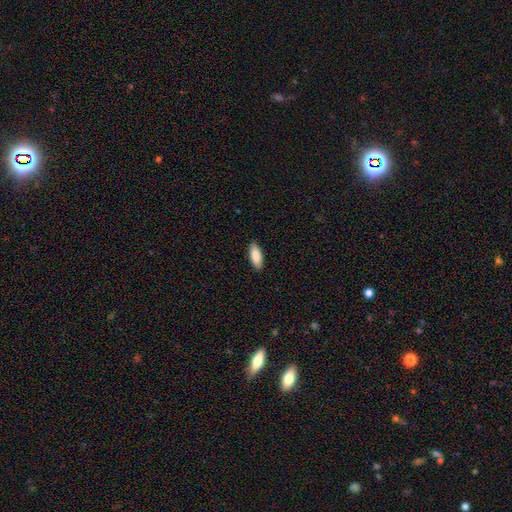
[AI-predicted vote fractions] Smooth or featured? smooth (87%)
How rounded? in between (81%)
Merging? none (88%)